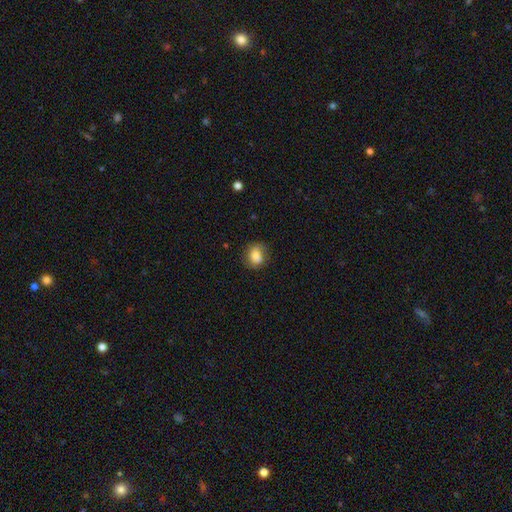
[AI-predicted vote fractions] Smooth or featured: smooth — 78% (featured or disk — 14%)
How rounded: in between — 50% (round — 48%)
Merging: none — 70% (minor disturbance — 22%)